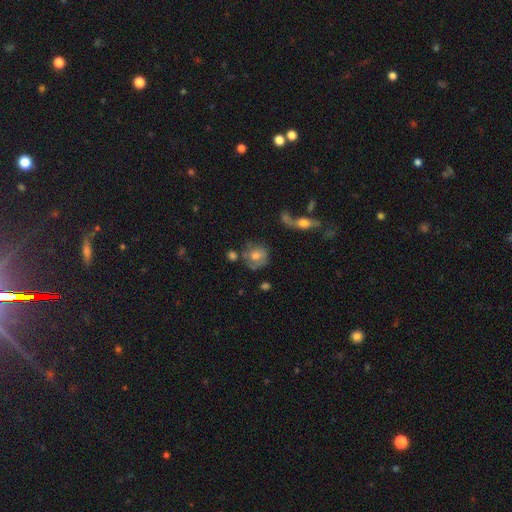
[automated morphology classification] type=smooth (57%); roundness=round (78%); merging=none (52%).